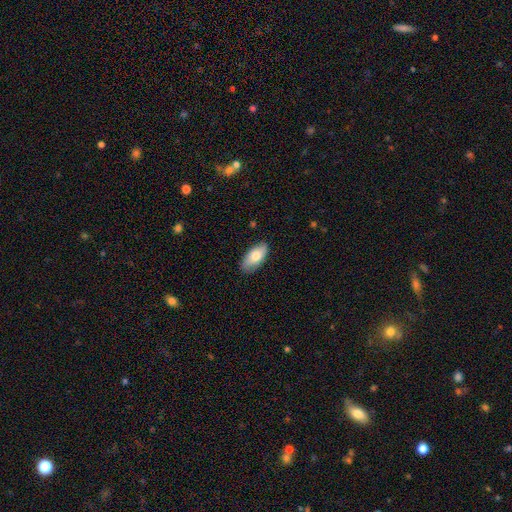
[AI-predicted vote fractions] A smooth galaxy with no disk features (77%) that is in between round and cigar-shaped (92%). Merging: none (84%).